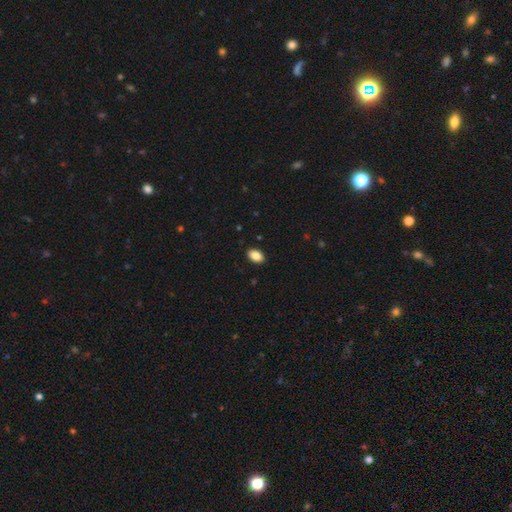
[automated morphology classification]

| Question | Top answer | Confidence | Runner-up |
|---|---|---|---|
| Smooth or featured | smooth | 86% | star or artifact (8%) |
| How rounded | in between | 87% | round (12%) |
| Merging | none | 90% | minor disturbance (7%) |